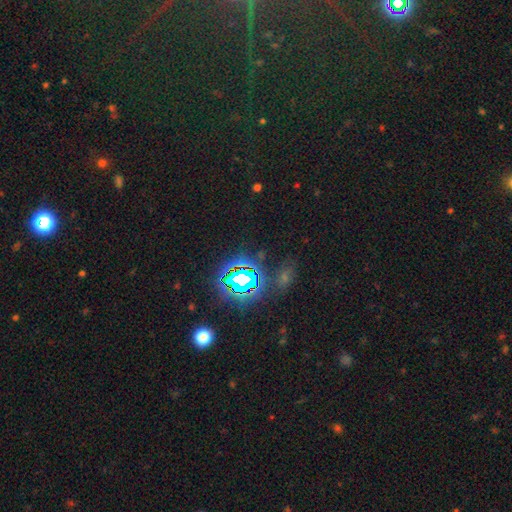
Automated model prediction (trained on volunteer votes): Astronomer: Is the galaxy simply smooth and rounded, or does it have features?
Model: star or artifact — 75%.